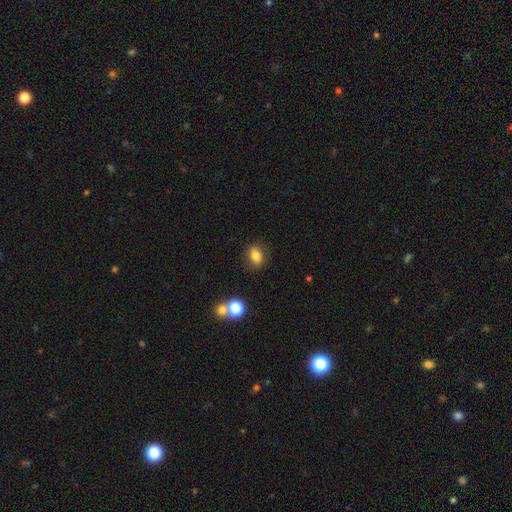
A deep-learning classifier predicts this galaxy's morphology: smooth-or-featured: smooth: 80% | star or artifact: 11% | featured or disk: 9%
  how-rounded: in between: 70% | round: 28% | cigar-shaped: 2%
  merging: none: 83% | minor disturbance: 11% | major disturbance: 3% | merger: 3%